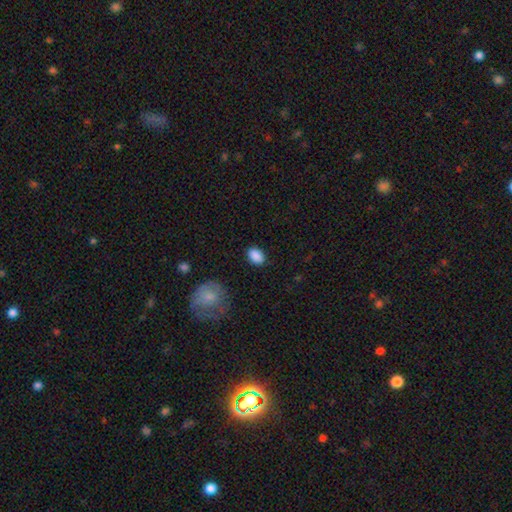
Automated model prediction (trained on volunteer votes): smooth-or-featured: smooth: 89% | star or artifact: 8% | featured or disk: 3%
  how-rounded: in between: 81% | round: 17% | cigar-shaped: 1%
  merging: none: 86% | minor disturbance: 11% | major disturbance: 3% | merger: 1%